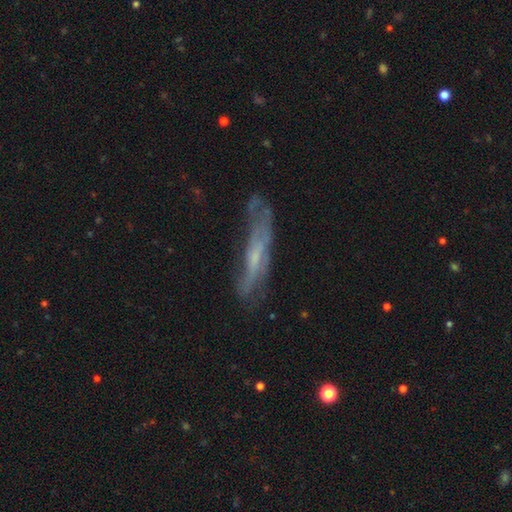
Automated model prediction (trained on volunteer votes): The model was most divided on "edge-on disk": yes: 55%, no: 45%. More confident: smooth or featured — featured or disk (57%); merging — none (52%).